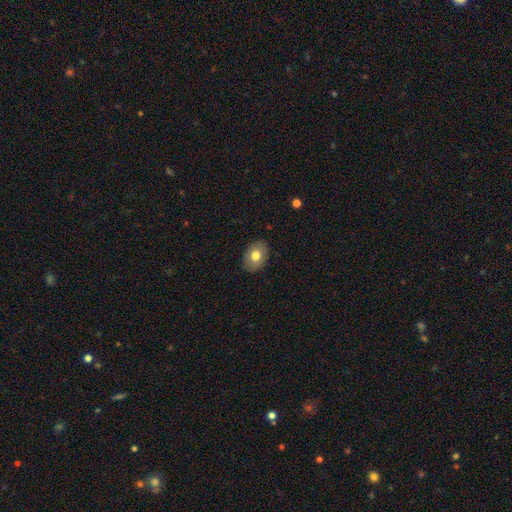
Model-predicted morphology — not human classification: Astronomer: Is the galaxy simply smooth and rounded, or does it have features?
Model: smooth — 76%.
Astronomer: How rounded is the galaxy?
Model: in between — 78%.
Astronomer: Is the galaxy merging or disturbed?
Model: none — 87%.